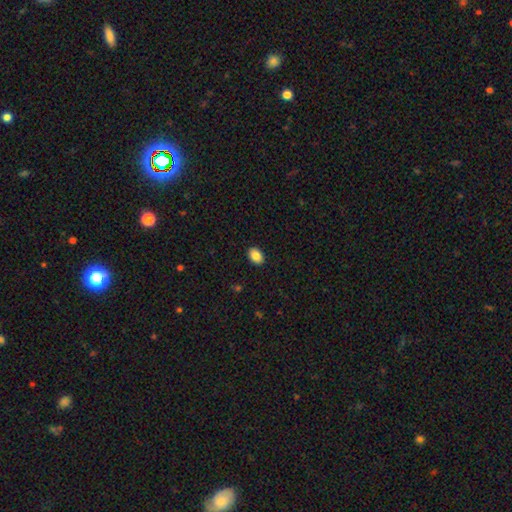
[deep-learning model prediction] Overall: smooth (88%). How rounded: in between (84%). Merging: none (90%).